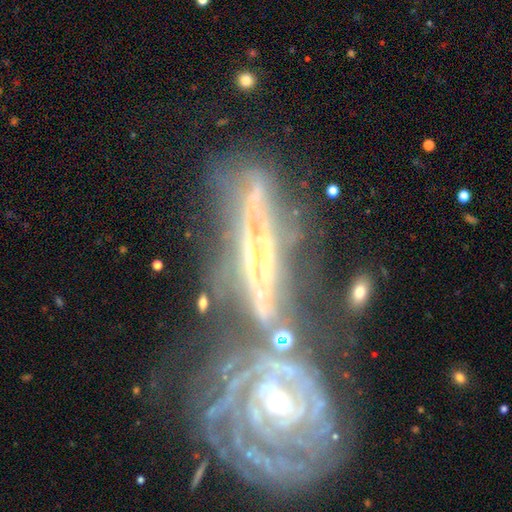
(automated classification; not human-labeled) Smooth or featured?
  - featured or disk: 76% *
  - star or artifact: 12%
  - smooth: 11%
Edge-on disk?
  - yes: 55% *
  - no: 45%
Merging?
  - merger: 37% *
  - none: 29%
  - major disturbance: 18%
  - minor disturbance: 16%